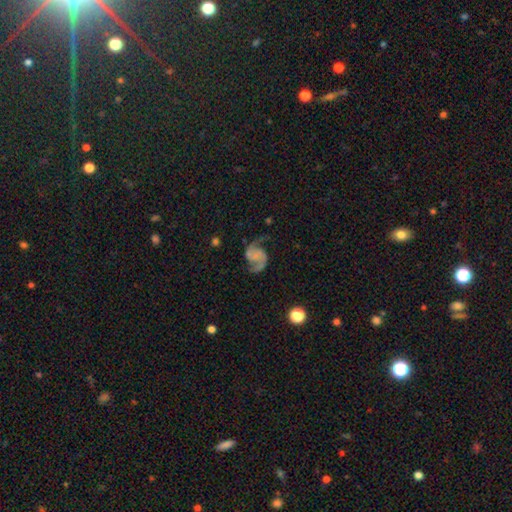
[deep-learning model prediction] Smooth or featured?
  - featured or disk: 90% *
  - smooth: 5%
  - star or artifact: 5%
Edge-on disk?
  - no: 99% *
  - yes: 1%
Bar?
  - no: 61% *
  - weak: 29%
  - strong: 9%
Spiral arms?
  - yes: 98% *
  - no: 2%
Spiral winding?
  - loose: 50% *
  - medium: 42%
  - tight: 8%
Spiral arm count?
  - 2: 94% *
  - 1: 2%
  - can't tell: 1%
  - 3: 1%
  - 4: 1%
  - more than 4: 1%
Bulge size?
  - none: 55% *
  - small: 30%
  - moderate: 10%
  - large: 3%
  - dominant: 1%
Merging?
  - none: 73% *
  - minor disturbance: 15%
  - major disturbance: 9%
  - merger: 2%